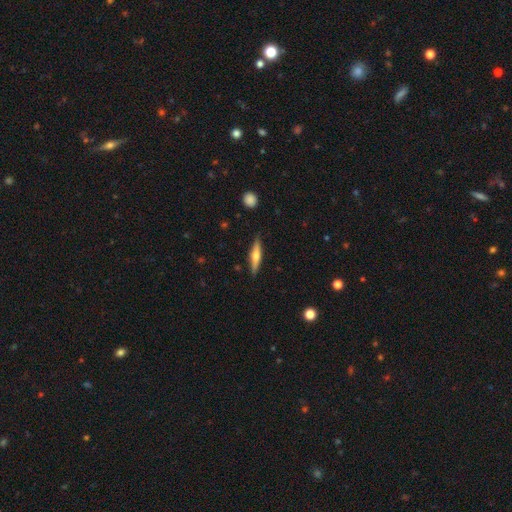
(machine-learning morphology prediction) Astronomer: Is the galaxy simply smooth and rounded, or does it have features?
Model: featured or disk — 53% (runner-up: smooth, 40%).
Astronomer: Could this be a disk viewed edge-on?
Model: yes — 95%.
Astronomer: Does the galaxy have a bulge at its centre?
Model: rounded — 87%.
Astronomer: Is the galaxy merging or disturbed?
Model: none — 88%.